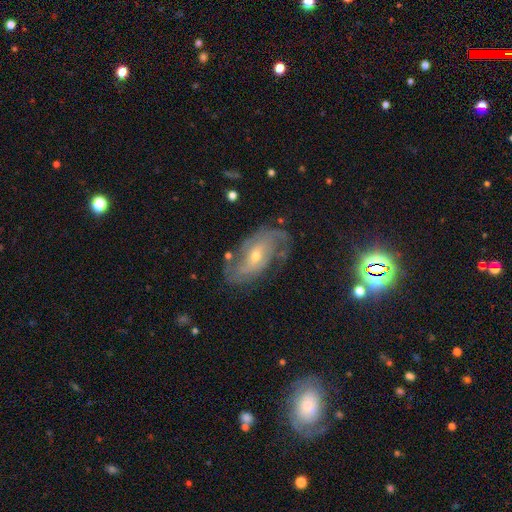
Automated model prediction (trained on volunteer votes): Smooth or featured? Predicted: featured or disk (p=0.80). Edge-on disk? Predicted: no (p=0.94). Bar? Predicted: no (p=0.48). Spiral arms? Predicted: yes (p=0.92). Spiral winding? Predicted: medium (p=0.41). Spiral arm count? Predicted: 2 (p=0.54). Bulge size? Predicted: small (p=0.57). Merging? Predicted: none (p=0.71).